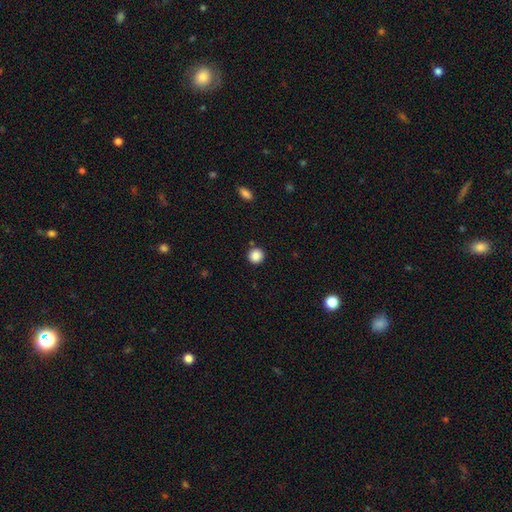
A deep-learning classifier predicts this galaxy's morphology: smooth-or-featured: smooth: 87% | star or artifact: 10% | featured or disk: 3%
  how-rounded: round: 95% | in between: 4% | cigar-shaped: 1%
  merging: none: 89% | minor disturbance: 6% | merger: 3% | major disturbance: 2%